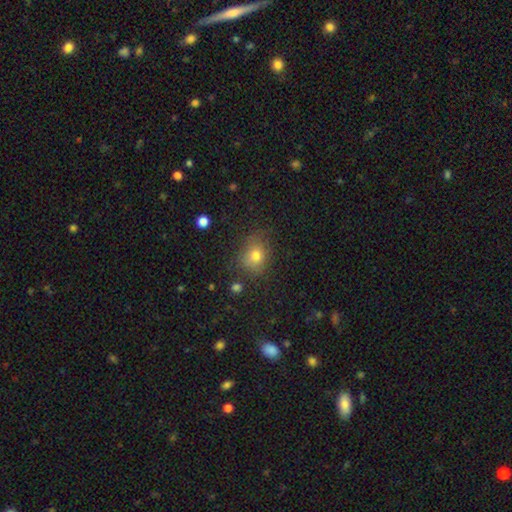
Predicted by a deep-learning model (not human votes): A smooth galaxy with no disk features (77%) that is round (60%).

Vote fractions:
- Smooth or featured? smooth: 77% / star or artifact: 14% / featured or disk: 9%
- How rounded? round: 60% / in between: 39% / cigar-shaped: 1%
- Merging? none: 76% / minor disturbance: 16% / major disturbance: 5% / merger: 3%